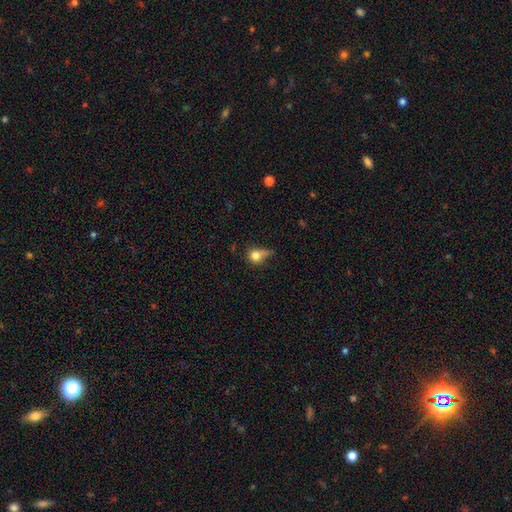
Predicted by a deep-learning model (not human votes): Smooth or featured: smooth — 74% (featured or disk — 15%)
How rounded: round — 71% (in between — 26%)
Merging: none — 34% (minor disturbance — 31%)